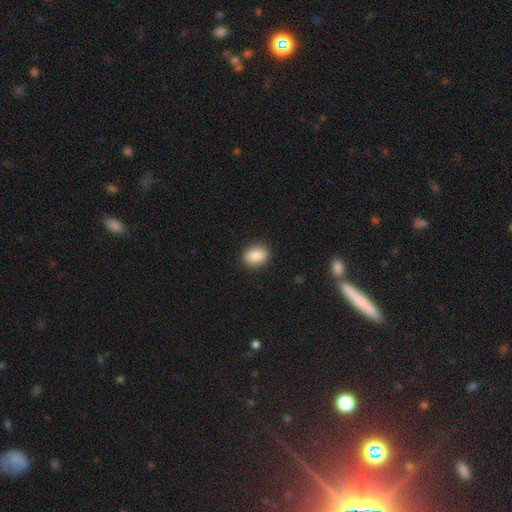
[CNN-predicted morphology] This is clearly a smooth galaxy (87%). How rounded: likely in between (65%). Merging: clearly none (89%).